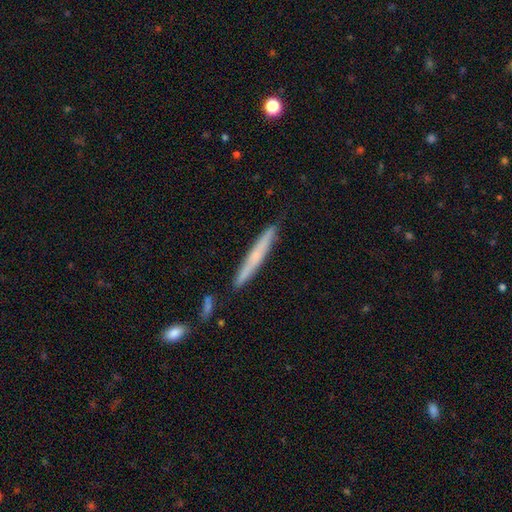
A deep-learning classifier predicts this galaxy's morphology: This is possibly a smooth galaxy (55%). How rounded: clearly cigar-shaped (96%). Merging: clearly none (86%).